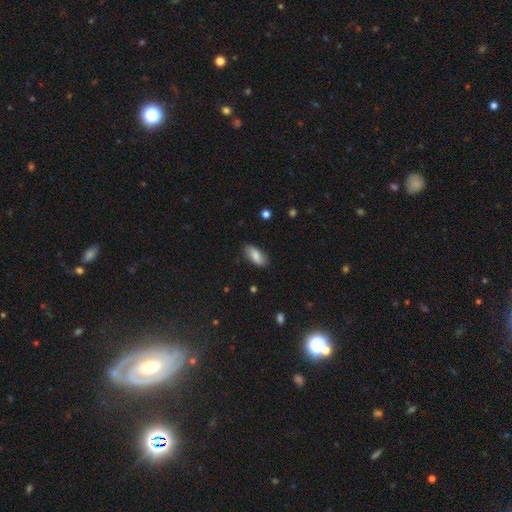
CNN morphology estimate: smooth 80%, featured or disk 13%, star or artifact 7%. Down the decision tree: how rounded — in between (88%); merging — none (81%).